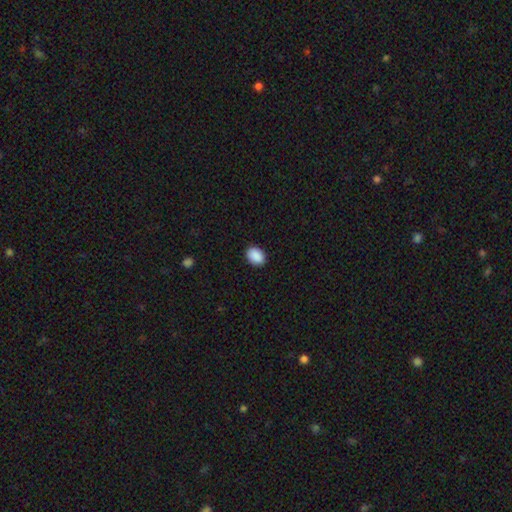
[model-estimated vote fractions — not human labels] smooth-or-featured: smooth: 90% | star or artifact: 7% | featured or disk: 2%
  how-rounded: in between: 72% | round: 27% | cigar-shaped: 1%
  merging: none: 90% | minor disturbance: 7% | major disturbance: 2% | merger: 1%